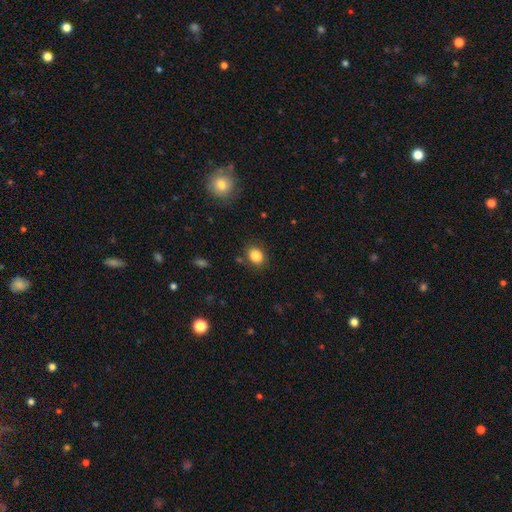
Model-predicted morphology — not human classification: This appears to be a smooth galaxy with no disk features (86%) that is round (55%). Merging: none (82%).